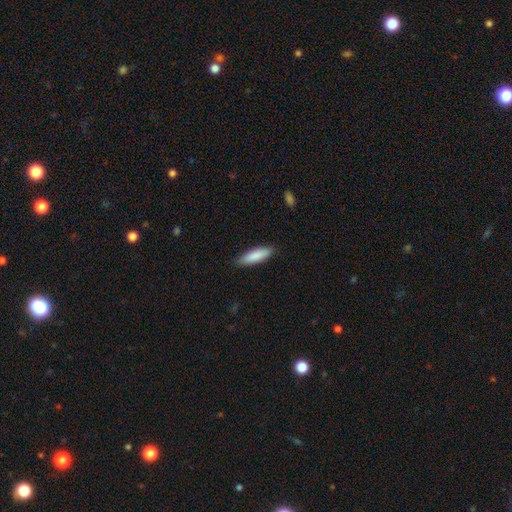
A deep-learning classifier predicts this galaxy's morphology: A smooth galaxy with no disk features (87%) that is cigar-shaped (60%). Merging: none (87%).